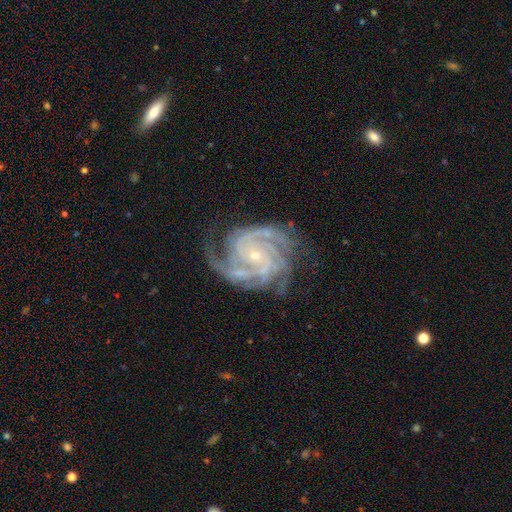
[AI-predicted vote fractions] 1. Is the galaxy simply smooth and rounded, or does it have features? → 92% featured or disk, 5% star or artifact, 3% smooth.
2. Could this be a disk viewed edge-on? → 98% no, 2% yes.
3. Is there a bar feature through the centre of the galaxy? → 61% no, 27% weak, 12% strong.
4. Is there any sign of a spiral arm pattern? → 99% yes, 1% no.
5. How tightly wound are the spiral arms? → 62% tight, 33% medium, 5% loose.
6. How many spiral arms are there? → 32% 3, 26% 4, 15% 2, 11% can't tell, 8% more than 4, 7% 1.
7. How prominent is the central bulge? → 79% small, 17% moderate, 2% none, 1% large, 1% dominant.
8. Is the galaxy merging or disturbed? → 70% none, 18% minor disturbance, 9% major disturbance, 2% merger.